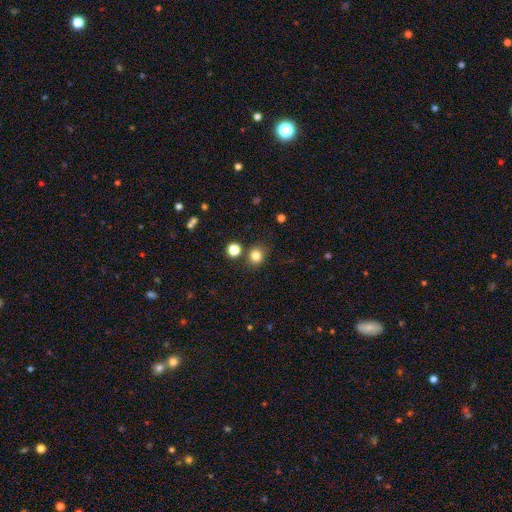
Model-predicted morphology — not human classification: Overall: smooth (81%). How rounded: round (80%). Merging: none (81%).